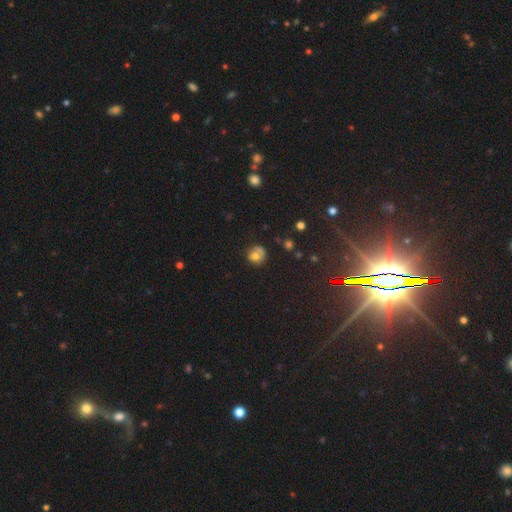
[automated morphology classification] smooth-or-featured: smooth: 67% | featured or disk: 20% | star or artifact: 13%
  how-rounded: round: 76% | in between: 23% | cigar-shaped: 1%
  merging: none: 49% | minor disturbance: 24% | merger: 15% | major disturbance: 12%